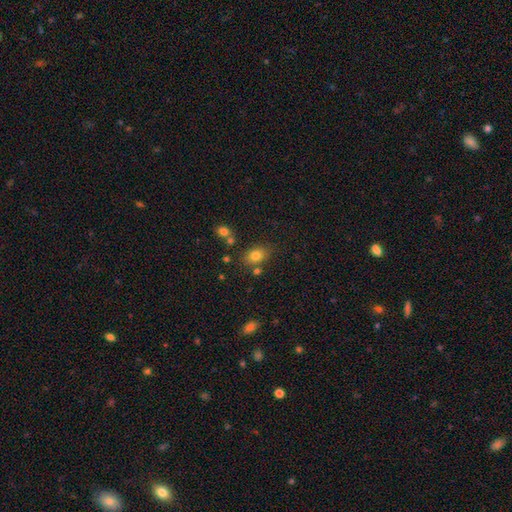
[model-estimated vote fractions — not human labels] smooth-or-featured: smooth: 79% | star or artifact: 12% | featured or disk: 10%
  how-rounded: in between: 72% | round: 27% | cigar-shaped: 1%
  merging: none: 73% | minor disturbance: 14% | merger: 9% | major disturbance: 4%